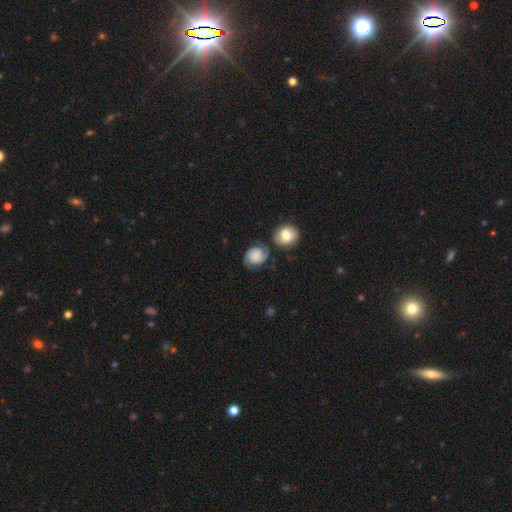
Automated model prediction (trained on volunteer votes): The model was most divided on "bulge size": small: 31%, none: 29%, moderate: 22%, large: 12%, dominant: 6%. Remaining: edge-on disk — no (98%); spiral arms — yes (94%); spiral arm count — 2 (87%); bar — no (75%); merging — none (66%); smooth or featured — featured or disk (57%); spiral winding — tight (49%).